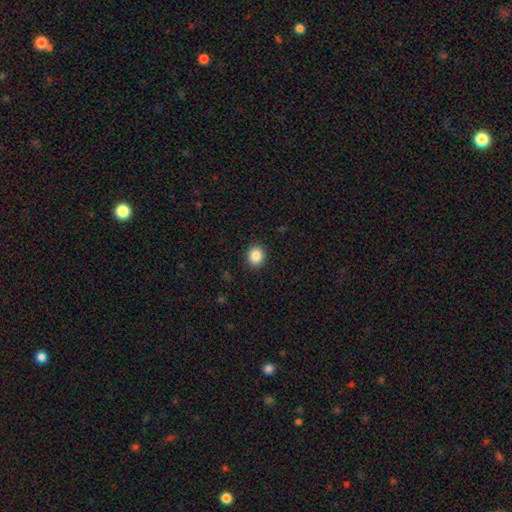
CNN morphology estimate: Q: Smooth or featured?
A: smooth (88%); runner-up: star or artifact (9%)
Q: How rounded?
A: round (76%); runner-up: in between (23%)
Q: Merging?
A: none (90%); runner-up: minor disturbance (7%)